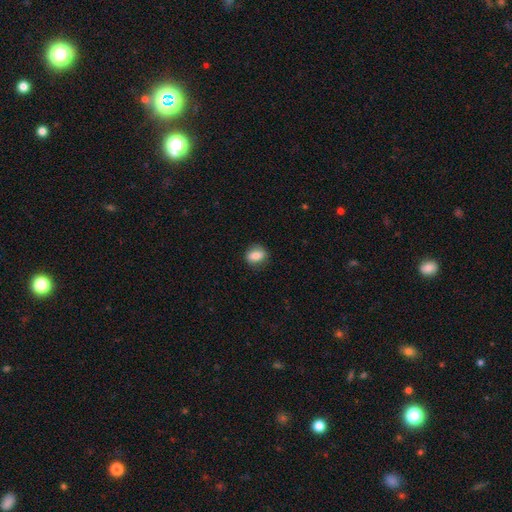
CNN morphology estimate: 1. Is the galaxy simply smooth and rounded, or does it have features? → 77% smooth, 15% featured or disk, 8% star or artifact.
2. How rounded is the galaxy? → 58% in between, 40% round, 2% cigar-shaped.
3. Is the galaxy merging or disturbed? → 83% none, 13% minor disturbance, 3% major disturbance, 1% merger.